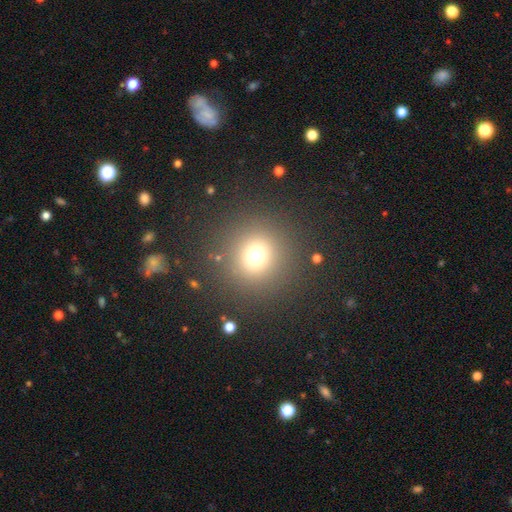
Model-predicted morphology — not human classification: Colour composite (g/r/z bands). It shows a smooth galaxy with no disk features (71%) that is round (94%). Merging: none (88%).